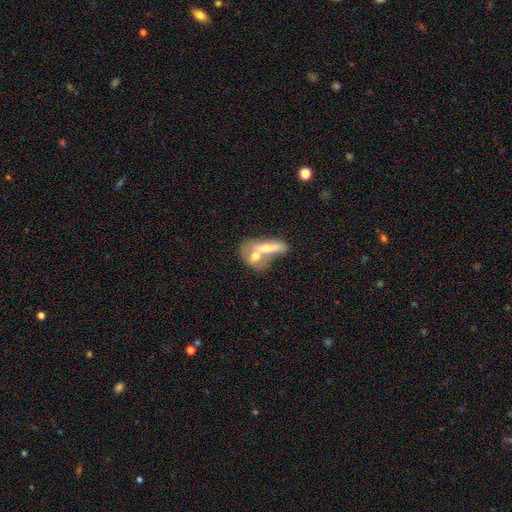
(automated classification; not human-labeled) Overall: smooth (54%; featured or disk 38%). How rounded: in between (62%). Merging: merger (71%).